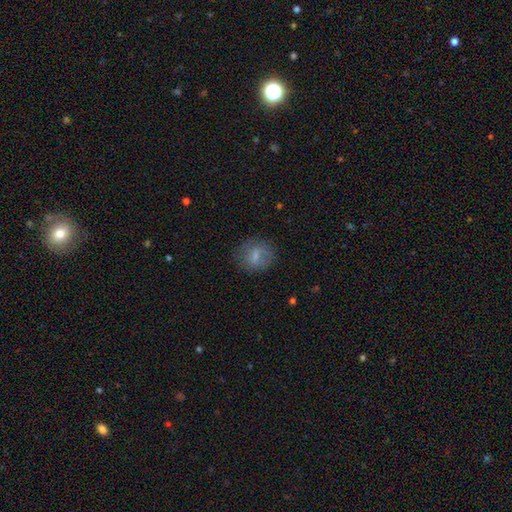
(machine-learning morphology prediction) smooth 68%, featured or disk 23%, star or artifact 9%. Down the decision tree: how rounded — round (69%); merging — none (72%).